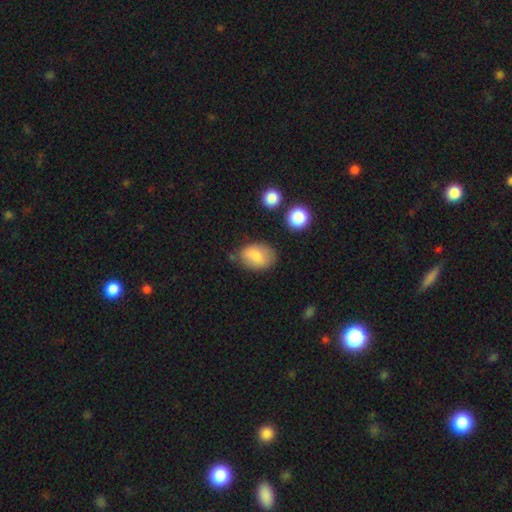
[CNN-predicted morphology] Smooth or featured: smooth — 80% (featured or disk — 12%)
How rounded: in between — 80% (round — 18%)
Merging: none — 64% (minor disturbance — 25%)